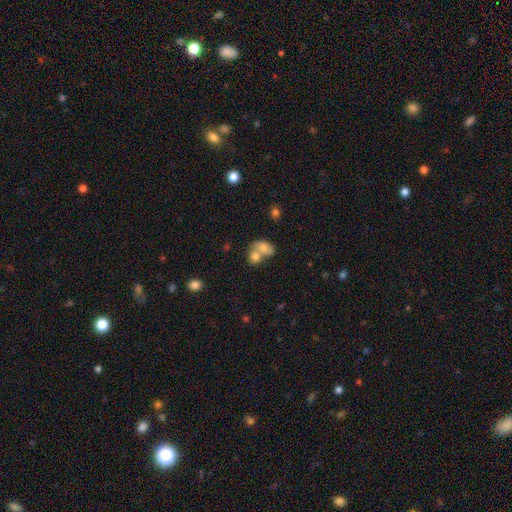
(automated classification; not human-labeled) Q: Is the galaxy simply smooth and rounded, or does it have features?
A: smooth — 77%.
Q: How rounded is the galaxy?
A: in between — 56%.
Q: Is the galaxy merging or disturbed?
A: merger — 64%.